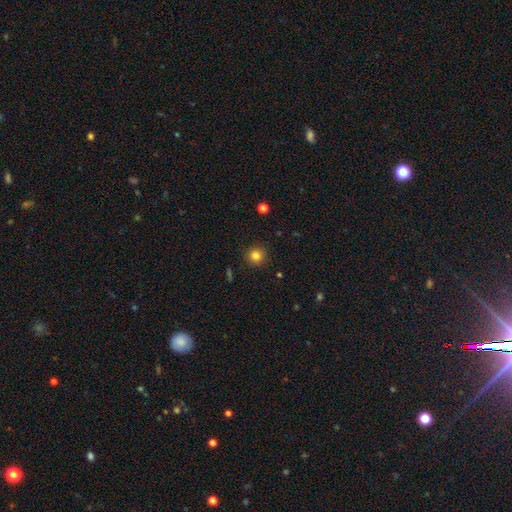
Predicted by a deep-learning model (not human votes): A smooth galaxy with no disk features (83%) that is round (93%). Merging: none (91%).